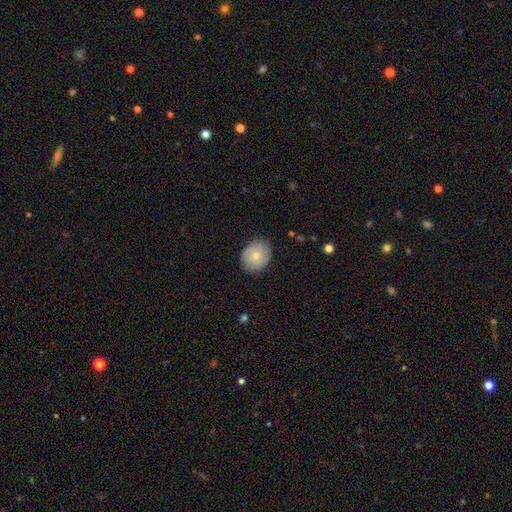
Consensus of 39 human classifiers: smooth 72%, featured or disk 23%, star or artifact 5%. Down the decision tree: how rounded — round (61%); merging — none (95%).